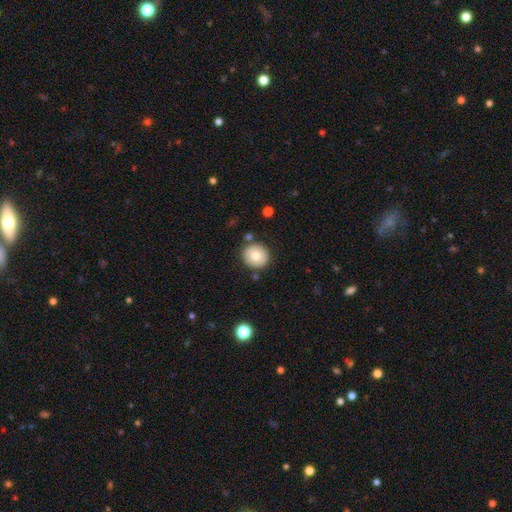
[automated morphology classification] Smooth or featured?
  - smooth: 77% *
  - featured or disk: 15%
  - star or artifact: 9%
How rounded?
  - round: 92% *
  - in between: 7%
  - cigar-shaped: 1%
Merging?
  - none: 85% *
  - minor disturbance: 9%
  - merger: 5%
  - major disturbance: 2%